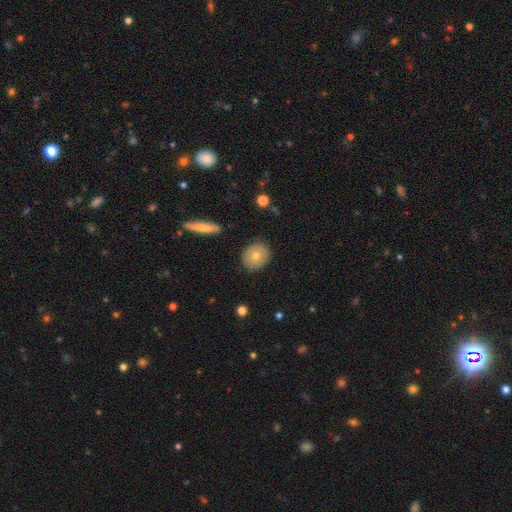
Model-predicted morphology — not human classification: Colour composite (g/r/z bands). It shows a smooth galaxy with no disk features (69%) that is round (68%). Merging: none (89%).